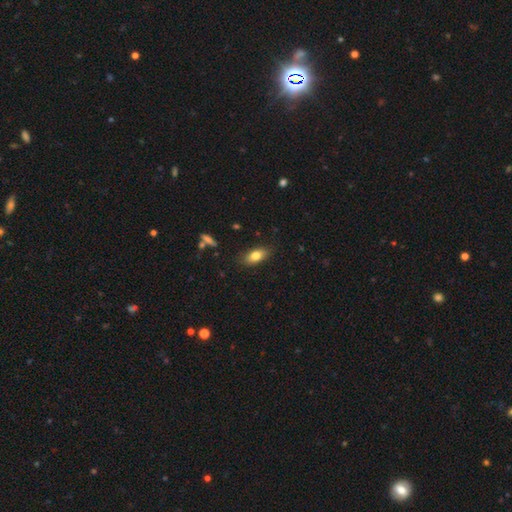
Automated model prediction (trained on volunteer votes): smooth 78%, featured or disk 14%, star or artifact 8%. Down the decision tree: how rounded — in between (84%); merging — none (83%).